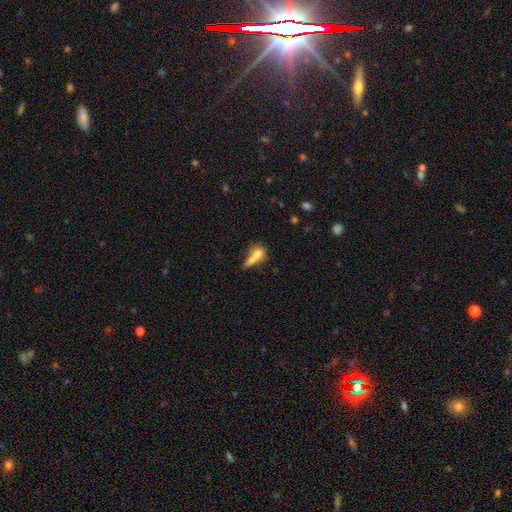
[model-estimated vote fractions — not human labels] A smooth galaxy with no disk features (67%) that is in between round and cigar-shaped (44%). Merging: merger (46%).